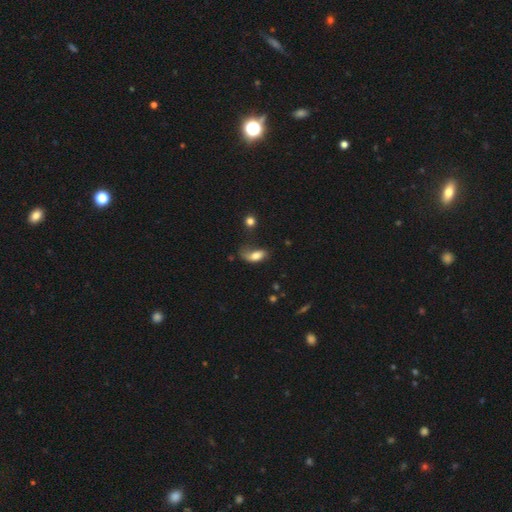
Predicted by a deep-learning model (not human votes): Smooth or featured: smooth — 71% (featured or disk — 21%)
How rounded: in between — 86% (cigar-shaped — 8%)
Merging: major disturbance — 36% (minor disturbance — 30%)